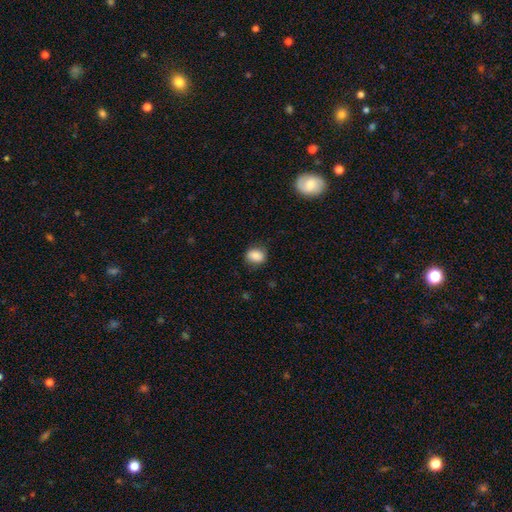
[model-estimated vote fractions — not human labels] The model was most divided on "how rounded": round: 50%, in between: 49%, cigar-shaped: 1%. More confident: smooth or featured — smooth (84%); merging — none (80%).